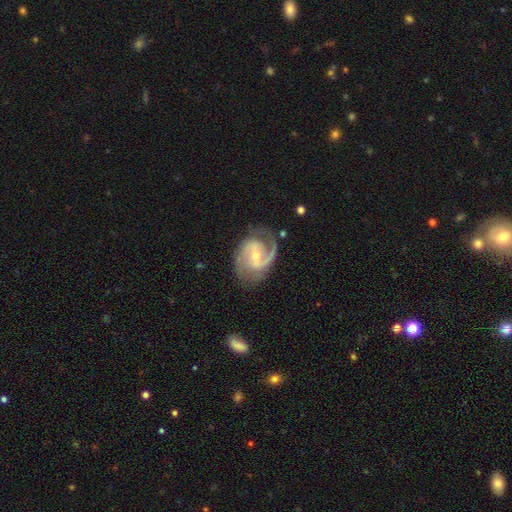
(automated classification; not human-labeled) smooth-or-featured: featured or disk: 89% | smooth: 6% | star or artifact: 5%
  disk-edge-on: no: 98% | yes: 2%
    bar: weak: 44% | no: 41% | strong: 15%
    has-spiral-arms: yes: 97% | no: 3%
      spiral-winding: medium: 53% | tight: 29% | loose: 18%
      spiral-arm-count: 2: 73% | 1: 14% | can't tell: 5% | 3: 5% | 4: 1% | more than 4: 1%
    bulge-size: small: 60% | moderate: 36% | large: 1% | none: 1% | dominant: 1%
  merging: none: 69% | minor disturbance: 18% | major disturbance: 11% | merger: 2%